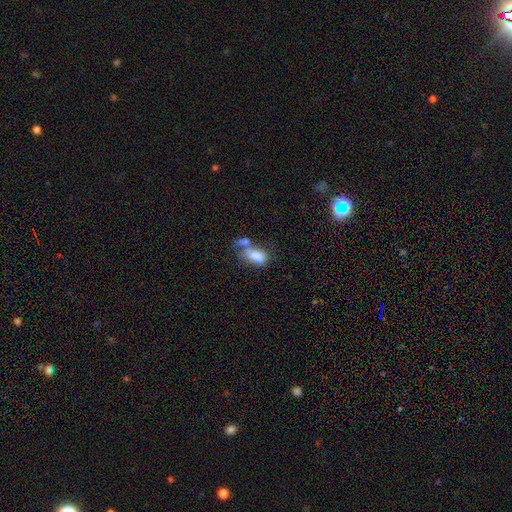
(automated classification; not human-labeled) Smooth or featured? Predicted: smooth (p=0.75). How rounded? Predicted: in between (p=0.89). Merging? Predicted: merger (p=0.43).